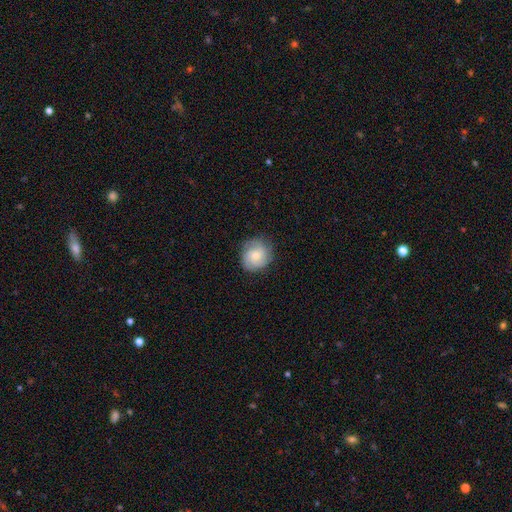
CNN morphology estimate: Q: Smooth or featured?
A: featured or disk (59%); runner-up: smooth (34%)
Q: Edge-on disk?
A: no (98%); runner-up: yes (2%)
Q: Bar?
A: no (75%); runner-up: weak (22%)
Q: Spiral arms?
A: yes (92%); runner-up: no (8%)
Q: Spiral winding?
A: tight (54%); runner-up: medium (36%)
Q: Spiral arm count?
A: 3 (45%); runner-up: can't tell (19%)
Q: Bulge size?
A: small (54%); runner-up: moderate (41%)
Q: Merging?
A: none (81%); runner-up: minor disturbance (14%)